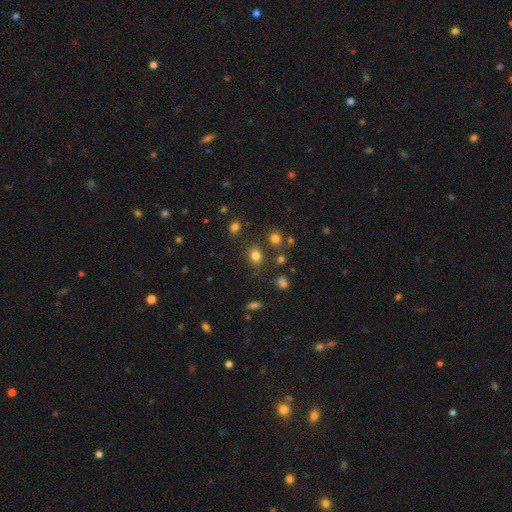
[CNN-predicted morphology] The model was most divided on "how rounded": round: 52%, in between: 47%, cigar-shaped: 1%. More confident: smooth or featured — smooth (79%); merging — none (78%).